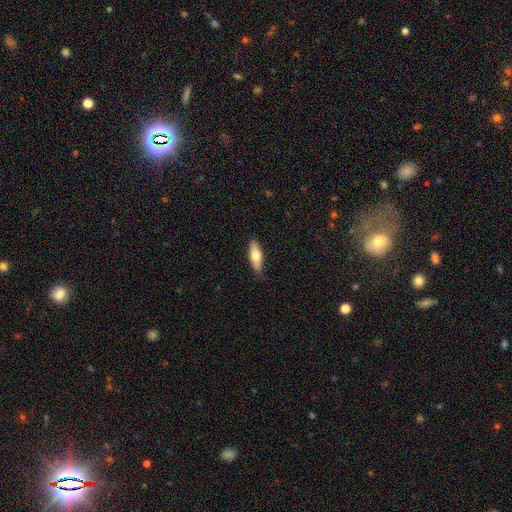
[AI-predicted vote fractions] Morphology: type=smooth (70%); roundness=in between (64%); merging=none (87%).